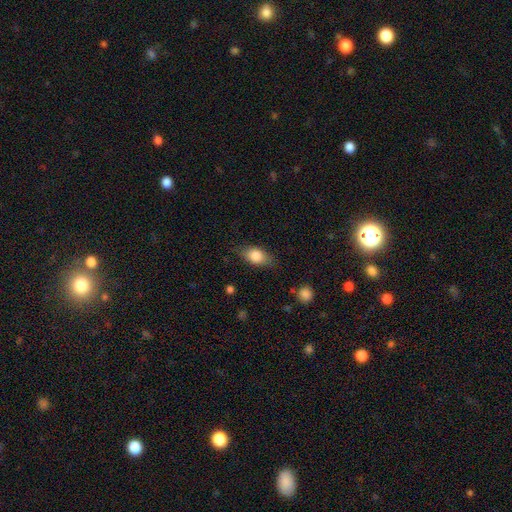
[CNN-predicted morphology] Smooth or featured?
  - smooth: 81% *
  - featured or disk: 11%
  - star or artifact: 7%
How rounded?
  - in between: 84% *
  - round: 12%
  - cigar-shaped: 4%
Merging?
  - none: 77% *
  - minor disturbance: 18%
  - major disturbance: 4%
  - merger: 1%